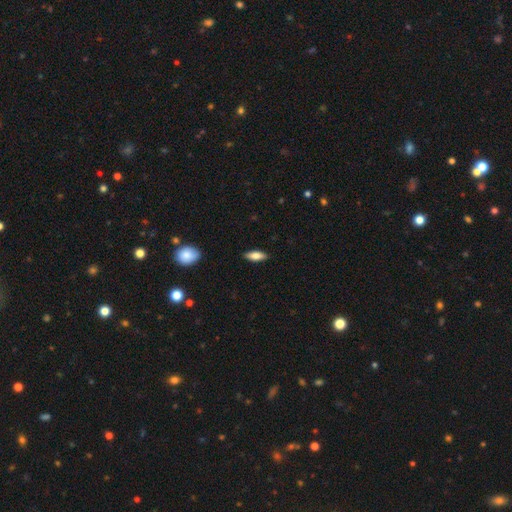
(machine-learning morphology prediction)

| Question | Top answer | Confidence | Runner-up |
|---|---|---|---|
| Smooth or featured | smooth | 74% | featured or disk (19%) |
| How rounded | in between | 72% | cigar-shaped (25%) |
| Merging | none | 87% | minor disturbance (10%) |